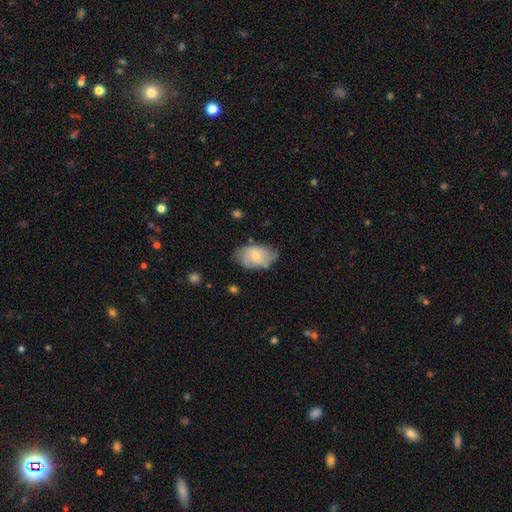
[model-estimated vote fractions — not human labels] smooth 60%, featured or disk 33%, star or artifact 7%. Down the decision tree: how rounded — in between (88%); merging — none (63%).